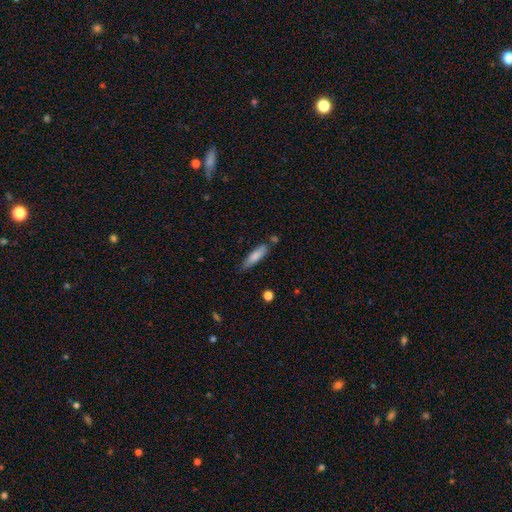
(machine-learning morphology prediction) The model was most divided on "how rounded": cigar-shaped: 67%, in between: 31%, round: 1%. More confident: smooth or featured — smooth (80%); merging — none (69%).